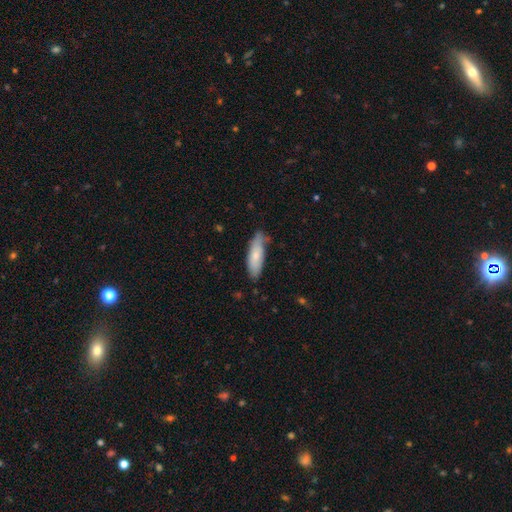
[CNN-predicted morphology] type=smooth (76%); roundness=in between (54%); merging=none (66%).